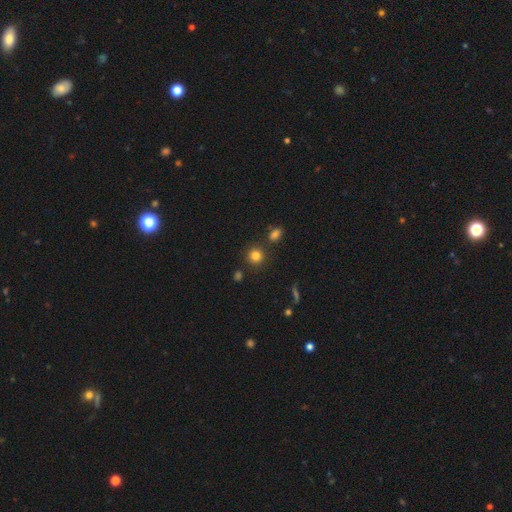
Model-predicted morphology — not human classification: Smooth or featured? smooth (81%)
How rounded? round (89%)
Merging? none (83%)